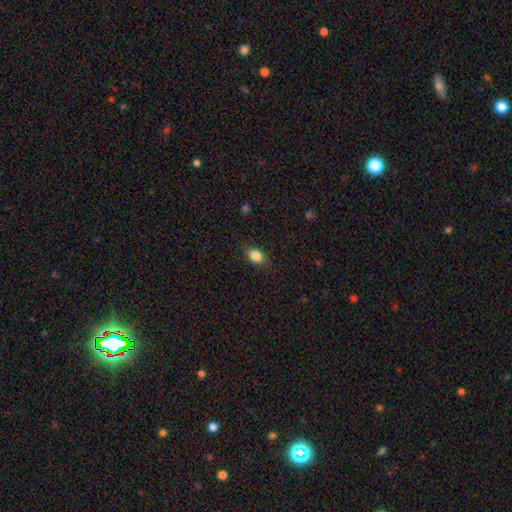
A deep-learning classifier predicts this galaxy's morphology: The model was most divided on "how rounded": in between: 74%, round: 23%, cigar-shaped: 2%. More confident: smooth or featured — smooth (84%); merging — none (82%).